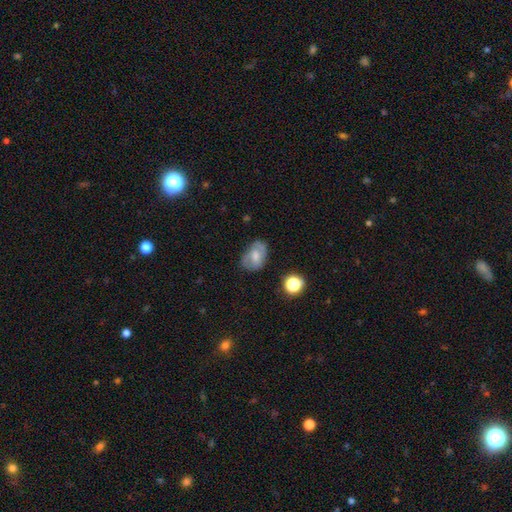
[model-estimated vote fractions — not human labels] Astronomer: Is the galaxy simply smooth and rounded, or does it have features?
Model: smooth — 57% (runner-up: featured or disk, 34%).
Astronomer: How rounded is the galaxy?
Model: in between — 80%.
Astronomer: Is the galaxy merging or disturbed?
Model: none — 65%.